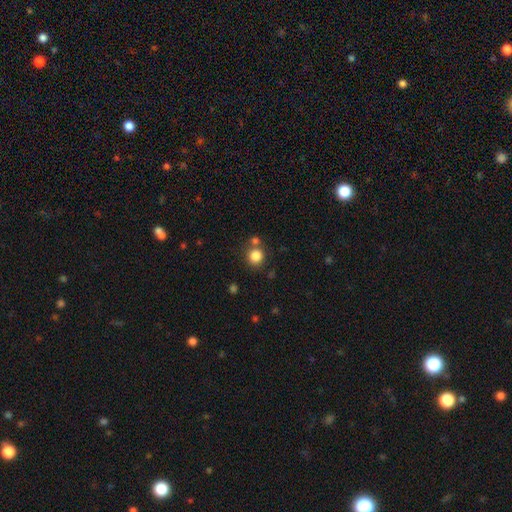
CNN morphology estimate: Smooth or featured? Predicted: smooth (p=0.84). How rounded? Predicted: round (p=0.90). Merging? Predicted: none (p=0.72).